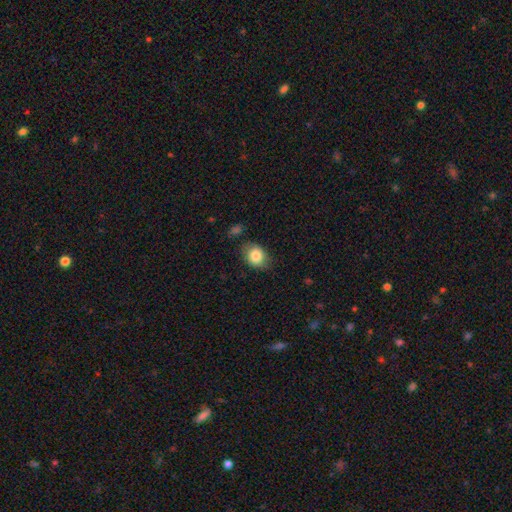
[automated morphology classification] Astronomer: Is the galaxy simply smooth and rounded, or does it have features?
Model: smooth — 83%.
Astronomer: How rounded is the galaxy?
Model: in between — 53% (runner-up: round, 46%).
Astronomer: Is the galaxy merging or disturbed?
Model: none — 73%.